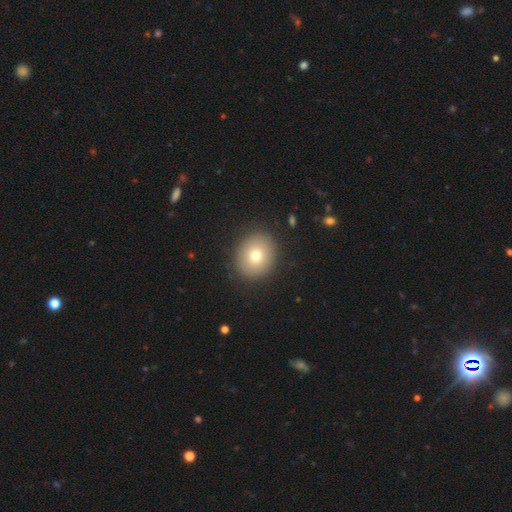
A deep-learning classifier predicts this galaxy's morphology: smooth-or-featured: smooth: 74% | featured or disk: 15% | star or artifact: 11%
  how-rounded: round: 78% | in between: 21% | cigar-shaped: 1%
  merging: none: 89% | minor disturbance: 7% | major disturbance: 3% | merger: 1%